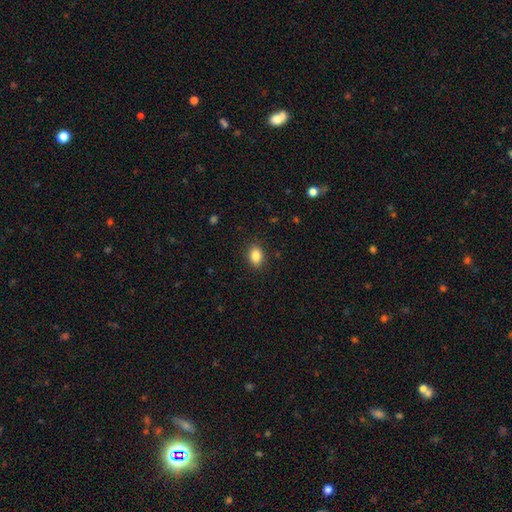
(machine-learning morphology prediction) smooth_or_featured: smooth (p=0.86) [alt: star or artifact p=0.09]
how_rounded: in between (p=0.74) [alt: round p=0.25]
merging: none (p=0.88) [alt: minor disturbance p=0.09]